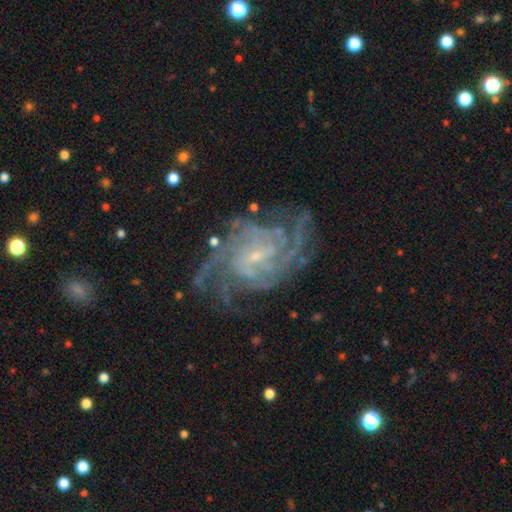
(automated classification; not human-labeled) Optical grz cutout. It shows a featured or disk galaxy (89%) with a weak bar (50%), 4 (31%) tight (54%) spiral arms (97%) and a small central bulge (76%). Merging: none (69%).